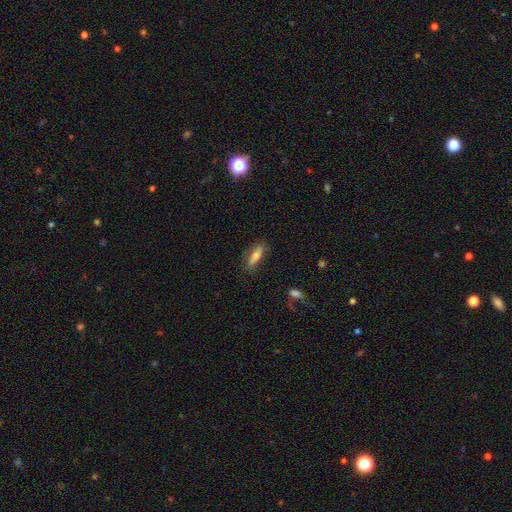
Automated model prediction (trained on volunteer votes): A smooth galaxy with no disk features (57%) that is cigar-shaped (58%). Merging: none (78%).